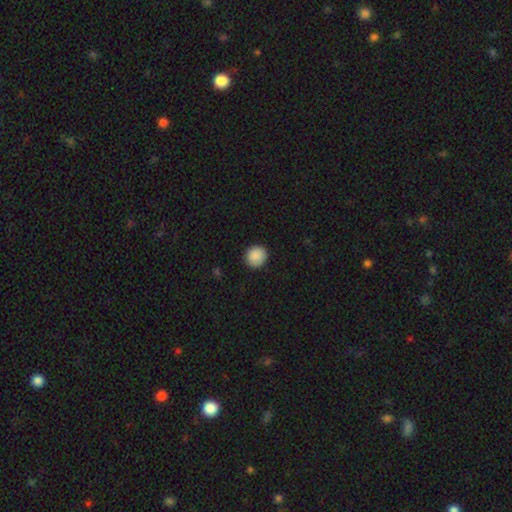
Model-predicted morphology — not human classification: The model was most divided on "how rounded": round: 86%, in between: 13%, cigar-shaped: 1%. More confident: merging — none (90%); smooth or featured — smooth (89%).